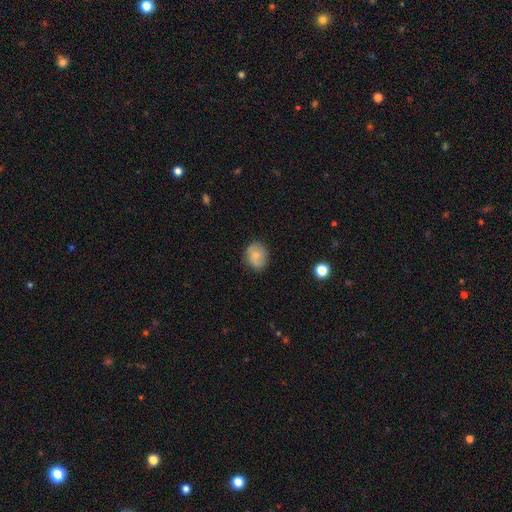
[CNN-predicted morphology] type=smooth (68%); roundness=round (62%); merging=none (76%).